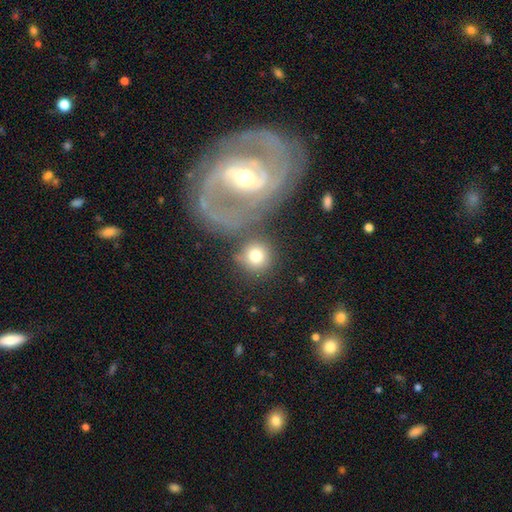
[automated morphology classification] This appears to be a smooth galaxy with no disk features (74%) that is round (89%). Merging: none (61%).